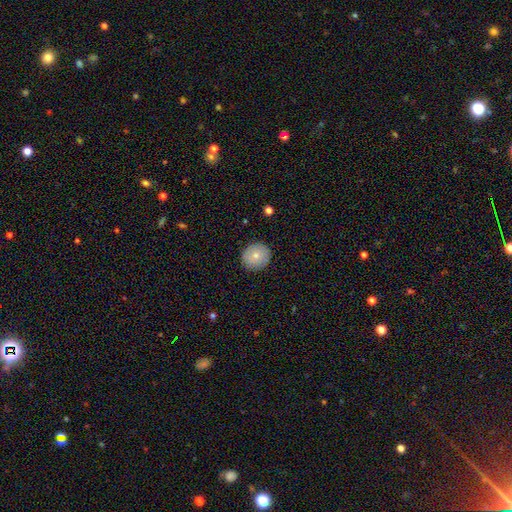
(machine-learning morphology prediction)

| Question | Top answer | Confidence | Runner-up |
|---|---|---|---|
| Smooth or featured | smooth | 73% | featured or disk (18%) |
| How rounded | round | 88% | in between (11%) |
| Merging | none | 89% | minor disturbance (8%) |